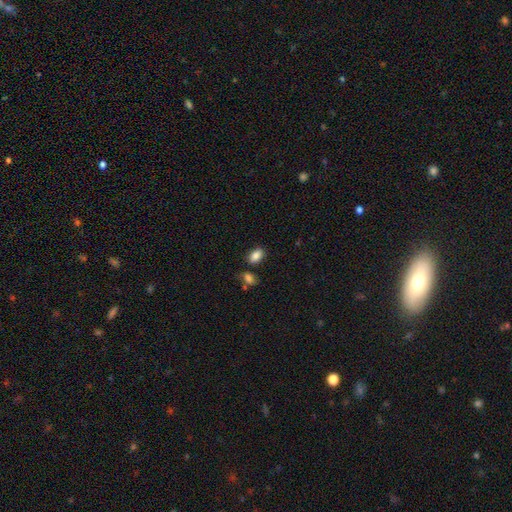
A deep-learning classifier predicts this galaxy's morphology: Overall: smooth (87%). How rounded: in between (88%). Merging: none (77%).